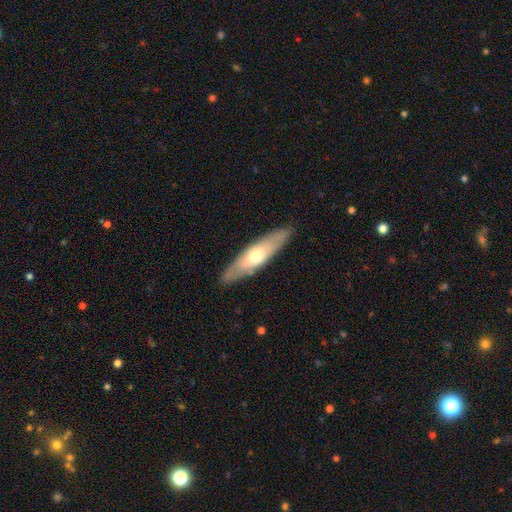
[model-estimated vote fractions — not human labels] smooth-or-featured: smooth: 52% | featured or disk: 43% | star or artifact: 5%
  how-rounded: cigar-shaped: 67% | in between: 31% | round: 2%
  merging: none: 87% | minor disturbance: 9% | major disturbance: 2% | merger: 1%